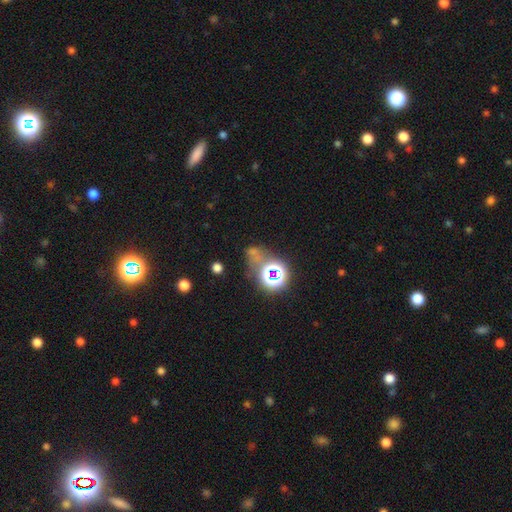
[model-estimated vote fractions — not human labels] Morphology: type=star or artifact (48%).